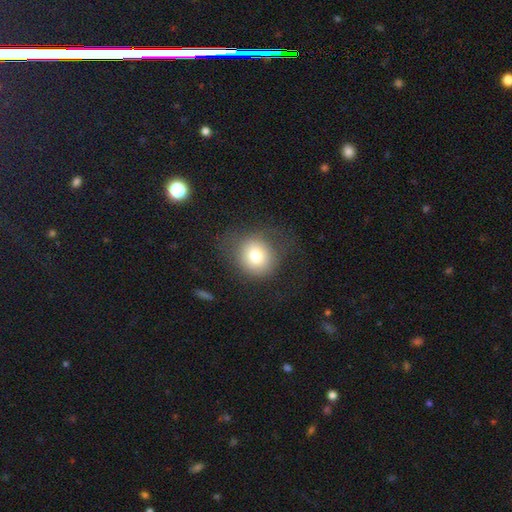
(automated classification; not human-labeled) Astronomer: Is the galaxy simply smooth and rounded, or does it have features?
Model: smooth — 76%.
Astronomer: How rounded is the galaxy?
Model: round — 83%.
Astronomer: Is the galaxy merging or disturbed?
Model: none — 68%.